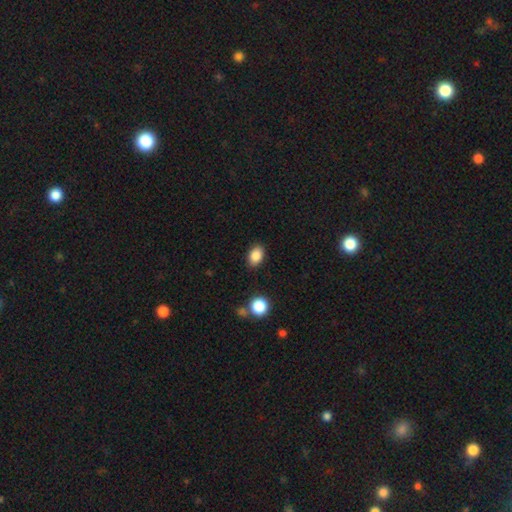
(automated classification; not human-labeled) Q: Smooth or featured?
A: smooth (86%); runner-up: star or artifact (9%)
Q: How rounded?
A: in between (82%); runner-up: round (17%)
Q: Merging?
A: none (87%); runner-up: minor disturbance (9%)